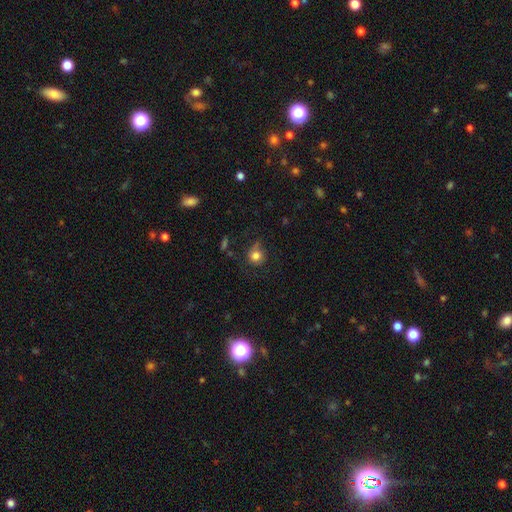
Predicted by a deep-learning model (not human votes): A smooth galaxy with no disk features (80%) that is round (88%). Merging: none (67%).